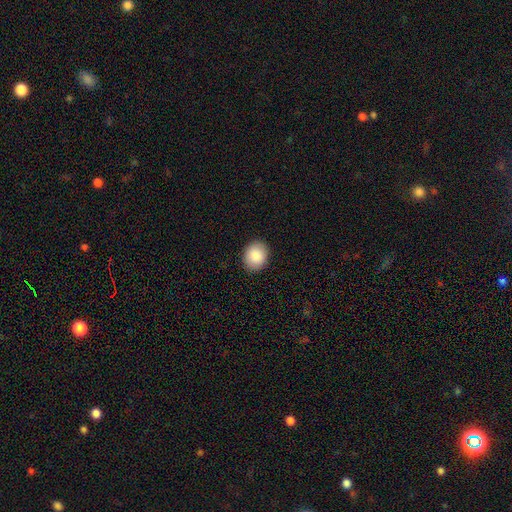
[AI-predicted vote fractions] Smooth or featured?
  - smooth: 88% *
  - star or artifact: 7%
  - featured or disk: 5%
How rounded?
  - round: 58% *
  - in between: 41%
  - cigar-shaped: 1%
Merging?
  - none: 90% *
  - minor disturbance: 7%
  - major disturbance: 2%
  - merger: 1%